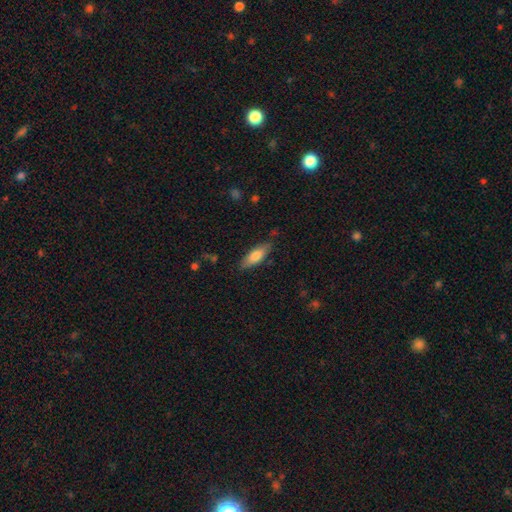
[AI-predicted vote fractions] Q: Smooth or featured?
A: smooth (76%); runner-up: featured or disk (19%)
Q: How rounded?
A: in between (62%); runner-up: cigar-shaped (36%)
Q: Merging?
A: none (80%); runner-up: minor disturbance (15%)